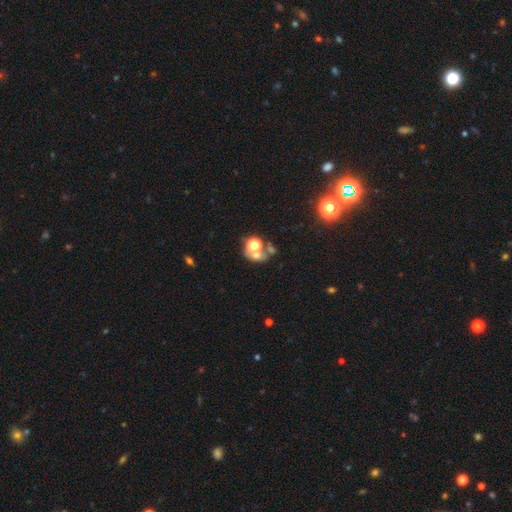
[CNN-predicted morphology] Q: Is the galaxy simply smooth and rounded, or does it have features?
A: smooth — 52%.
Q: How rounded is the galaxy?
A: round — 60%.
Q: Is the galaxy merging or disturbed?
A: merger — 47%.